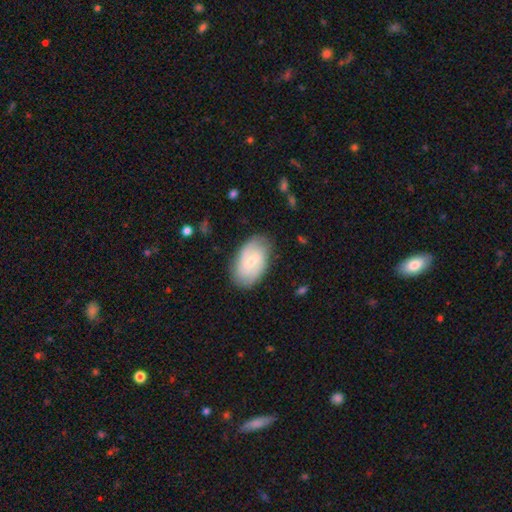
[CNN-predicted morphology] featured or disk 55%, smooth 39%, star or artifact 6%. Down the decision tree: edge-on disk — no (95%); bar — weak (51%); spiral arms — yes (77%); bulge size — small (61%); merging — none (79%).